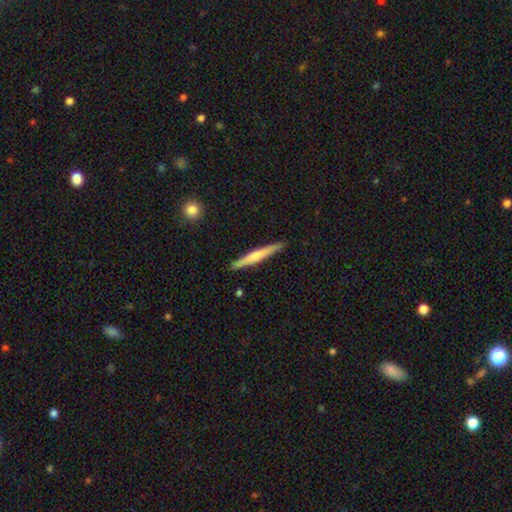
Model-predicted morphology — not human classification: Q: Smooth or featured?
A: featured or disk (53%); runner-up: smooth (42%)
Q: Edge-on disk?
A: yes (97%); runner-up: no (3%)
Q: Edge-on bulge?
A: rounded (71%); runner-up: none (23%)
Q: Merging?
A: none (91%); runner-up: minor disturbance (7%)